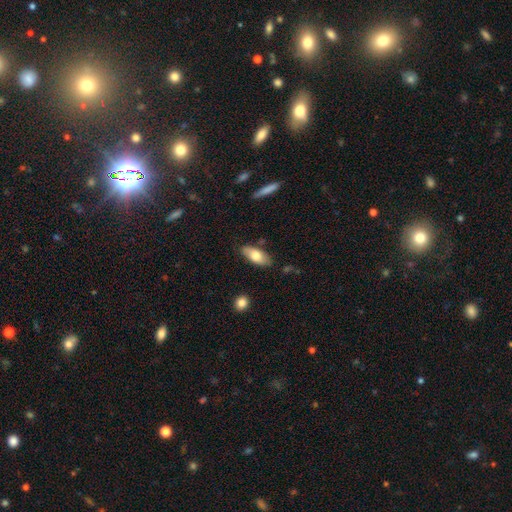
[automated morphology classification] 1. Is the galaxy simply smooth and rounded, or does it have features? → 76% smooth, 18% featured or disk, 6% star or artifact.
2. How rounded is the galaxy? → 87% in between, 11% cigar-shaped, 2% round.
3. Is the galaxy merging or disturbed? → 80% none, 15% minor disturbance, 3% major disturbance, 2% merger.